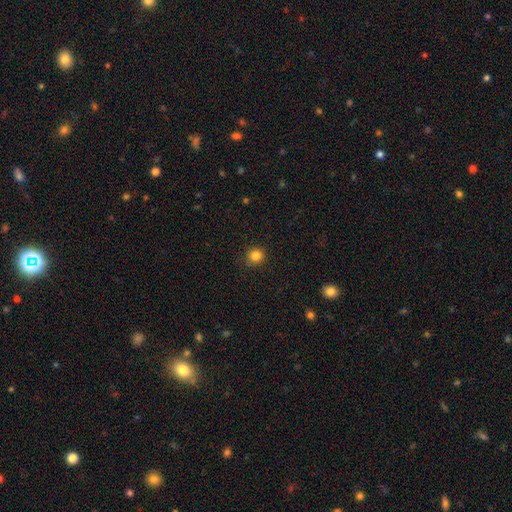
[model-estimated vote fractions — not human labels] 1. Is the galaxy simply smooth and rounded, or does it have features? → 83% smooth, 12% star or artifact, 5% featured or disk.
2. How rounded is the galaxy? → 90% round, 9% in between, 1% cigar-shaped.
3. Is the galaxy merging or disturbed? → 87% none, 10% minor disturbance, 2% major disturbance, 1% merger.